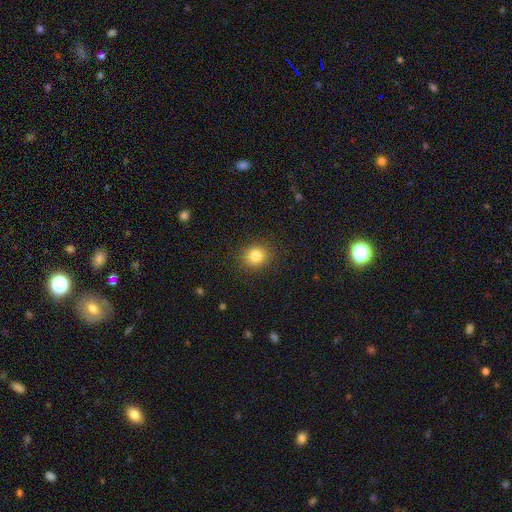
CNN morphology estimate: smooth-or-featured: smooth: 83% | star or artifact: 11% | featured or disk: 6%
  how-rounded: round: 82% | in between: 17% | cigar-shaped: 1%
  merging: none: 89% | minor disturbance: 7% | major disturbance: 2% | merger: 1%